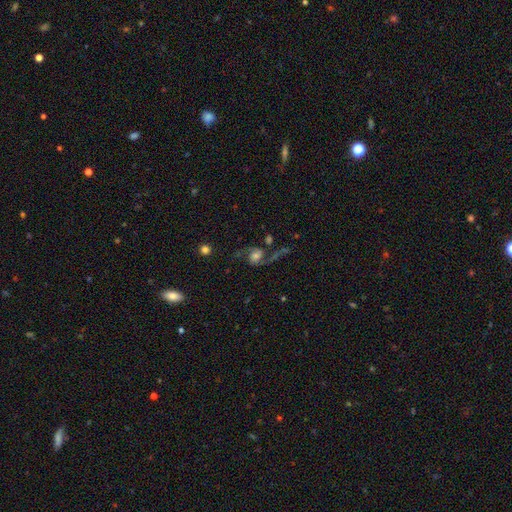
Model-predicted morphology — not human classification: This is clearly a featured or disk galaxy (83%). It is clearly not viewed edge-on (98%). Bar: likely no (64%). Spiral arm pattern: clearly yes (96%). Spiral arm count: clearly 2 (91%). Spiral winding: likely loose (63%). Central bulge: possibly moderate (52%). Merging: possibly none (57%).